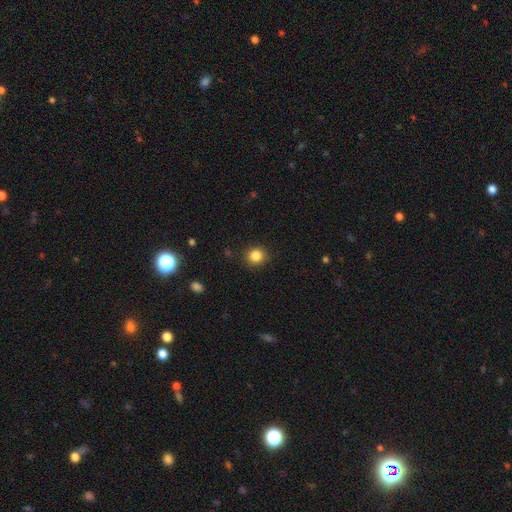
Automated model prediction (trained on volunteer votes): Smooth or featured? smooth (85%)
How rounded? round (87%)
Merging? none (89%)